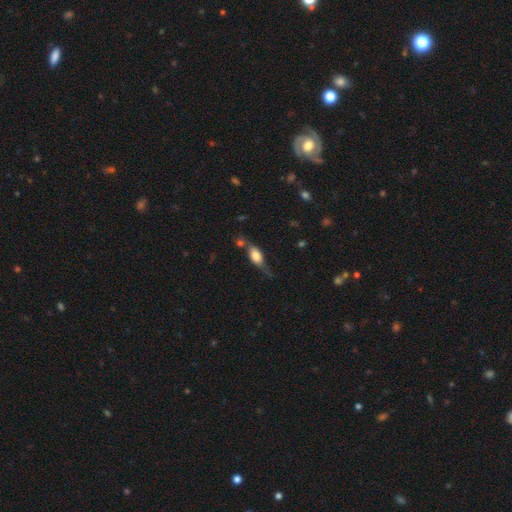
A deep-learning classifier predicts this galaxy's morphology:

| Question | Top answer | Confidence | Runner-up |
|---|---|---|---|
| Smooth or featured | smooth | 60% | featured or disk (32%) |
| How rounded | in between | 74% | cigar-shaped (19%) |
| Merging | none | 43% | minor disturbance (26%) |